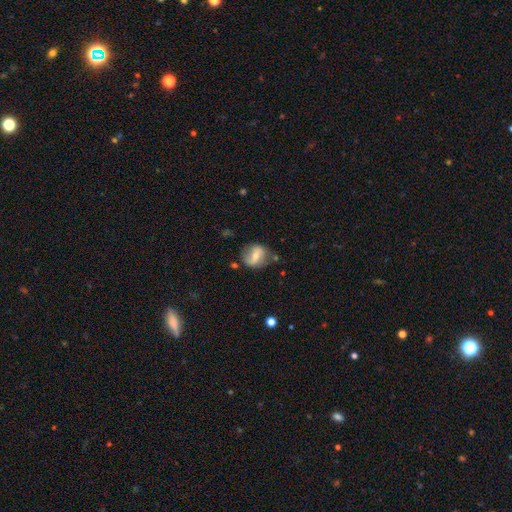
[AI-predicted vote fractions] Morphology: type=featured or disk (53%); edge-on=no (95%); bar=weak (40%); spiral arms=yes (71%); bulge=moderate (49%); merging=none (65%).